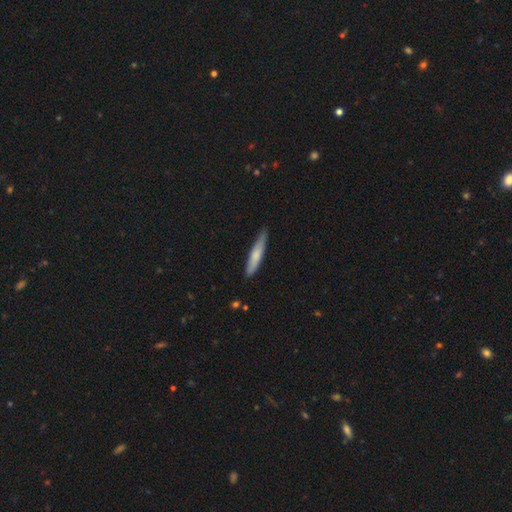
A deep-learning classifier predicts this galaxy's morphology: smooth 72%, featured or disk 22%, star or artifact 5%. Down the decision tree: how rounded — cigar-shaped (89%); merging — none (79%).